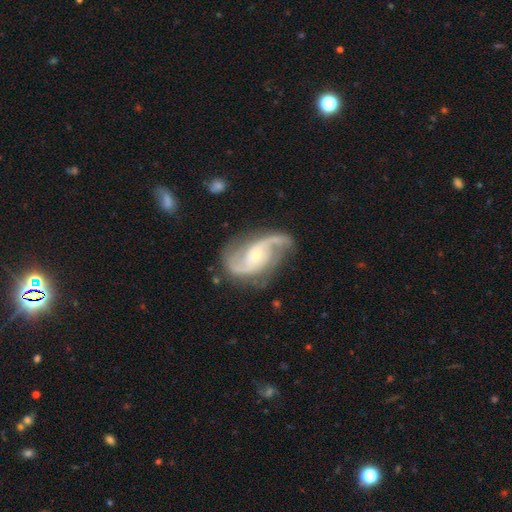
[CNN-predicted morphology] Smooth or featured? featured or disk (91%)
Edge-on disk? no (97%)
Bar? no (55%)
Spiral arms? yes (98%)
Spiral winding? medium (47%)
Spiral arm count? 2 (89%)
Bulge size? small (70%)
Merging? none (69%)